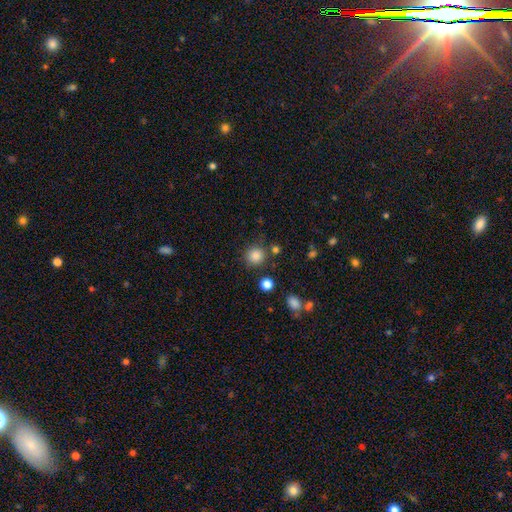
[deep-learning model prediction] smooth 85%, star or artifact 11%, featured or disk 4%. Down the decision tree: how rounded — round (92%); merging — none (83%).